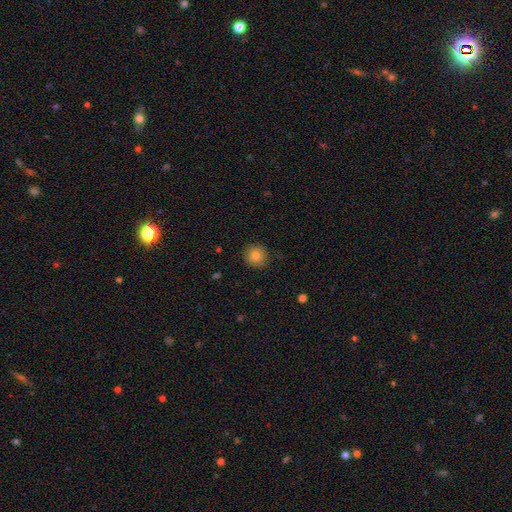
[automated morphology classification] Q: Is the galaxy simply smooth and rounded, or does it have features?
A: smooth — 80%.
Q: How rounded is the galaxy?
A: round — 93%.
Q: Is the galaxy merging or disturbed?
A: none — 91%.